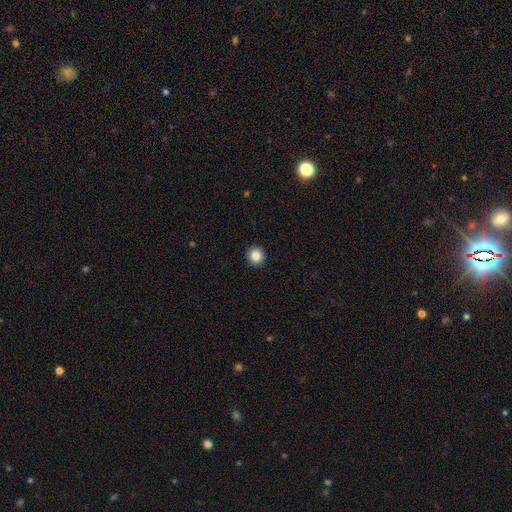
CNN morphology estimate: Smooth or featured? Predicted: smooth (p=0.85). How rounded? Predicted: round (p=0.92). Merging? Predicted: none (p=0.93).